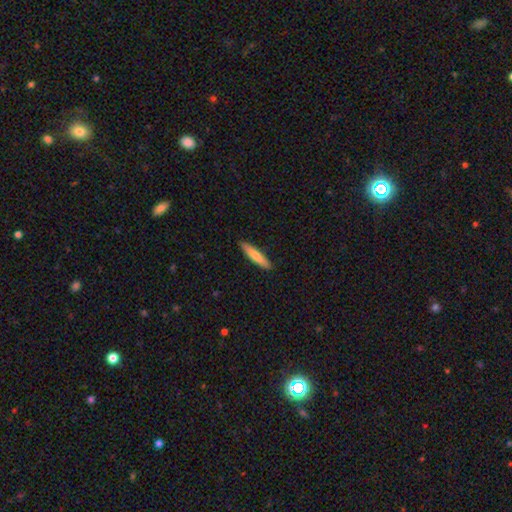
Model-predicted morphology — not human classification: This appears to be a smooth galaxy with no disk features (72%) that is cigar-shaped (89%). Merging: none (91%).